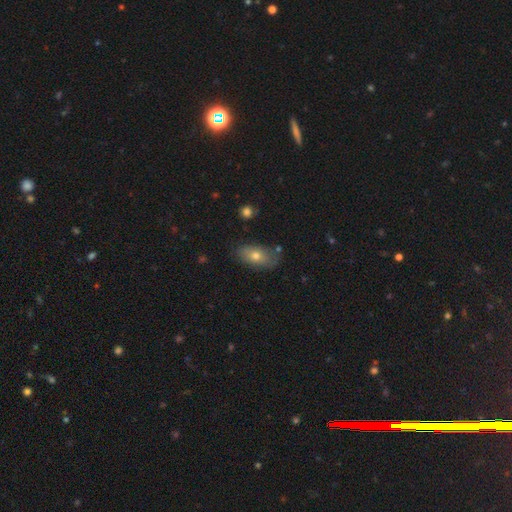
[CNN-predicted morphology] This appears to be a smooth galaxy with no disk features (68%) that is in between round and cigar-shaped (89%). Merging: none (73%).